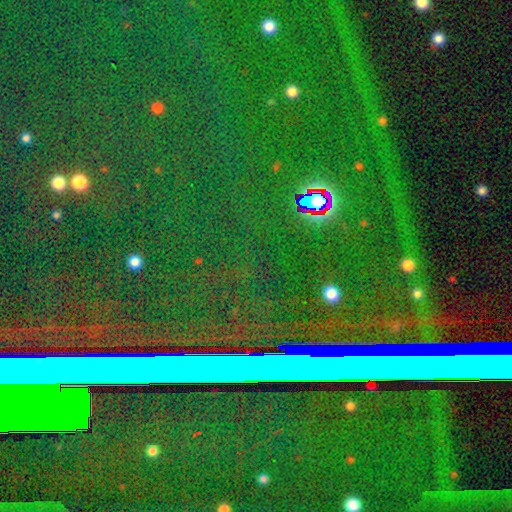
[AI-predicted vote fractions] This appears to be a star or artifact, not a galaxy (84%).